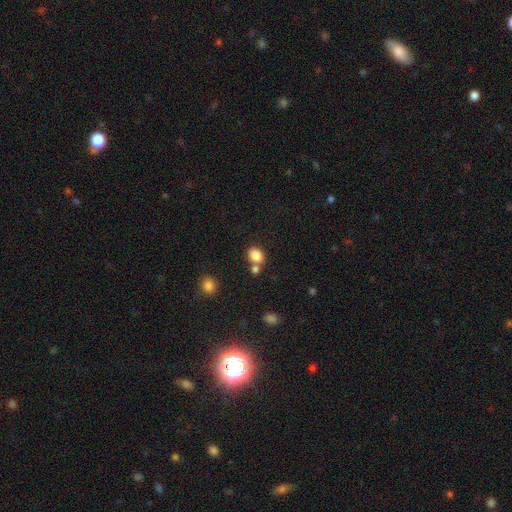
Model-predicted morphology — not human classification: The model was most divided on "how rounded": in between: 63%, round: 36%, cigar-shaped: 1%. More confident: smooth or featured — smooth (85%); merging — none (59%).